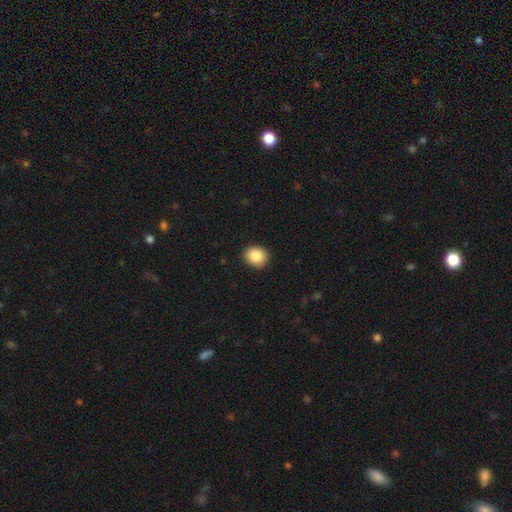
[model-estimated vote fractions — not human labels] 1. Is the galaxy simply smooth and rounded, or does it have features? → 85% smooth, 9% star or artifact, 6% featured or disk.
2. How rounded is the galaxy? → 74% round, 25% in between, 1% cigar-shaped.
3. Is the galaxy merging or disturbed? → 89% none, 8% minor disturbance, 2% major disturbance, 1% merger.